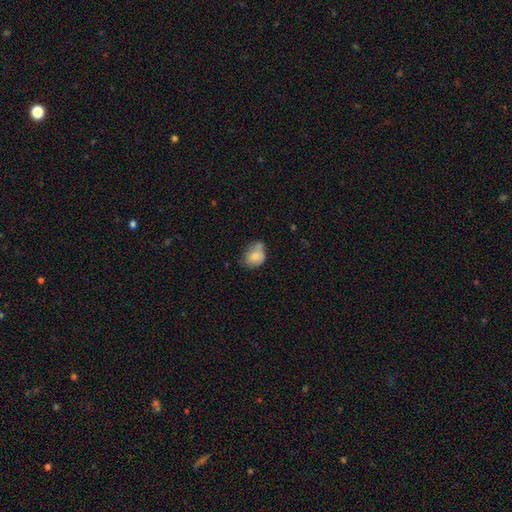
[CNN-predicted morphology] Smooth or featured? Predicted: smooth (p=0.72). How rounded? Predicted: in between (p=0.57). Merging? Predicted: none (p=0.40).